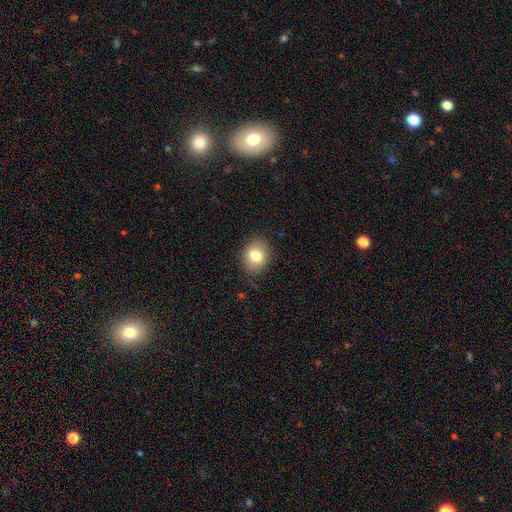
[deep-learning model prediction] smooth_or_featured: smooth (p=0.81) [alt: featured or disk p=0.10]
how_rounded: round (p=0.60) [alt: in between p=0.39]
merging: none (p=0.83) [alt: minor disturbance p=0.13]